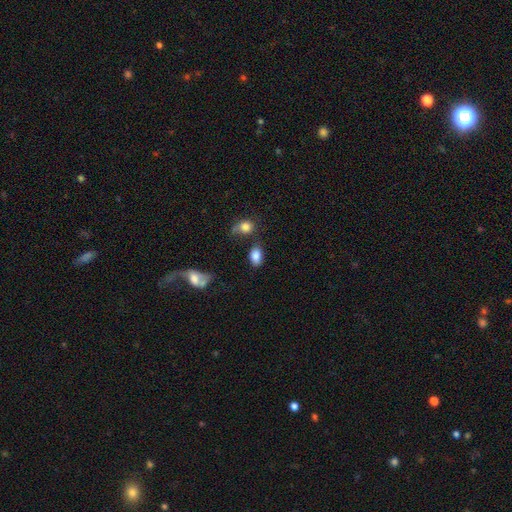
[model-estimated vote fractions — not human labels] Morphology: type=smooth (85%); roundness=in between (83%); merging=none (65%).